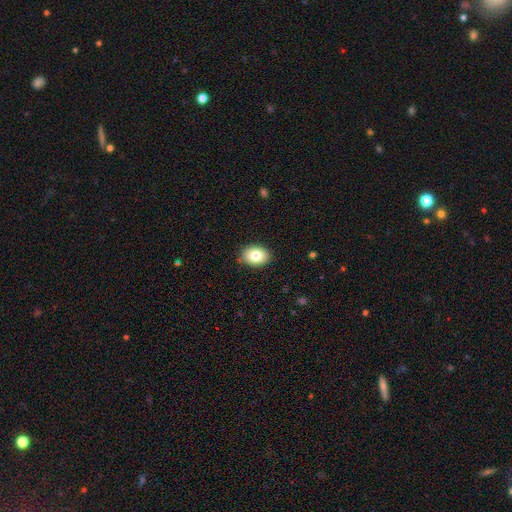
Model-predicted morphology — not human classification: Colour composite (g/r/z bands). It shows a smooth galaxy with no disk features (81%) that is in between round and cigar-shaped (71%). Merging: none (88%).